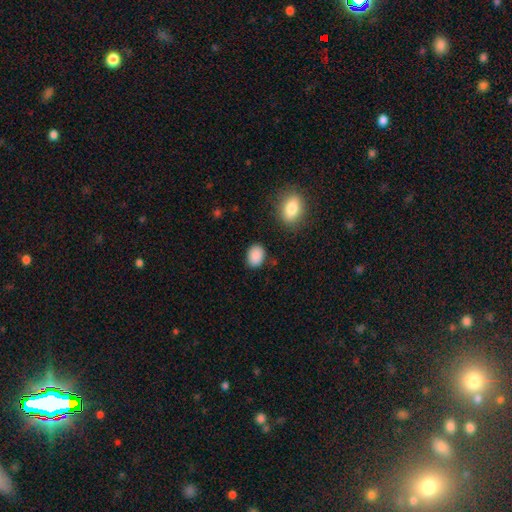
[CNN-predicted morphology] Smooth or featured: smooth — 89% (star or artifact — 8%)
How rounded: in between — 67% (round — 31%)
Merging: none — 83% (minor disturbance — 11%)